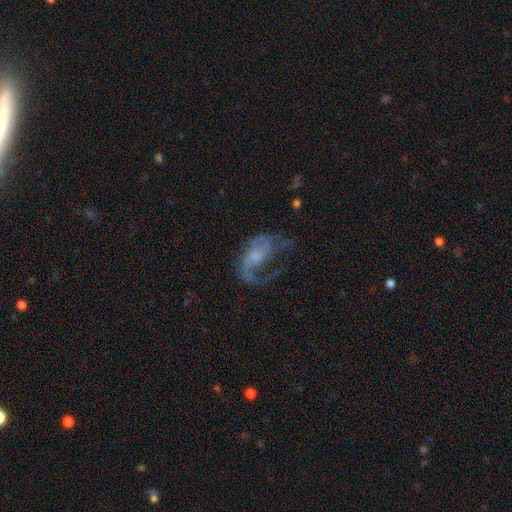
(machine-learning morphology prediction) featured or disk 72%, smooth 19%, star or artifact 9%. Down the decision tree: edge-on disk — no (96%); bar — no (66%); spiral arms — yes (77%); spiral arm count — 1 (54%); spiral winding — loose (58%); bulge size — small (40%); merging — major disturbance (46%).